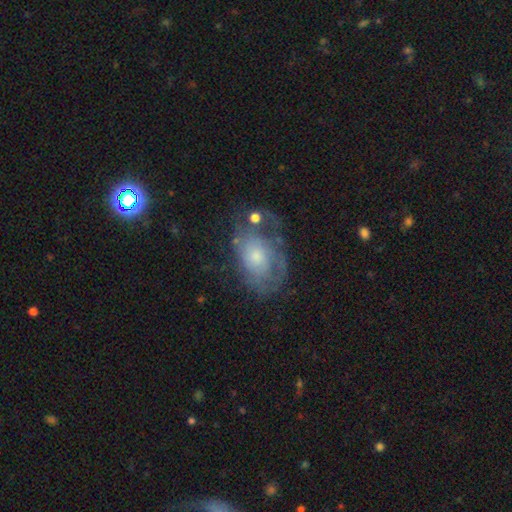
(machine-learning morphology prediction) Smooth or featured: featured or disk — 57% (smooth — 34%)
Edge-on disk: no — 95% (yes — 5%)
Bar: no — 81% (weak — 16%)
Spiral arms: yes — 63% (no — 37%)
Bulge size: small — 47% (moderate — 39%)
Merging: none — 42% (major disturbance — 26%)